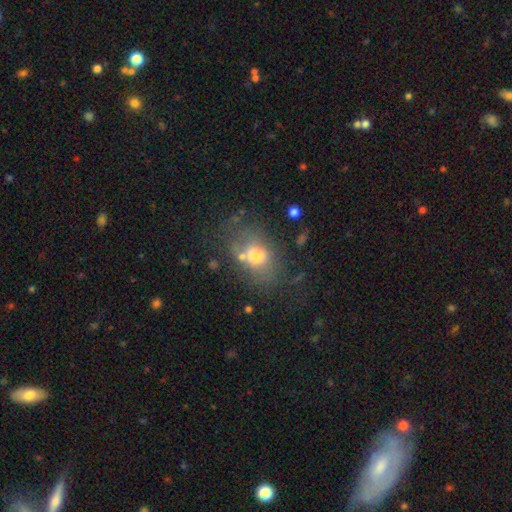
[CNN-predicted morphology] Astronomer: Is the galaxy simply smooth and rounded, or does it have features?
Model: smooth — 61%.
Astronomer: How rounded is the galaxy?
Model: in between — 64%.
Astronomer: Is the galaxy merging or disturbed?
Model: none — 48%.